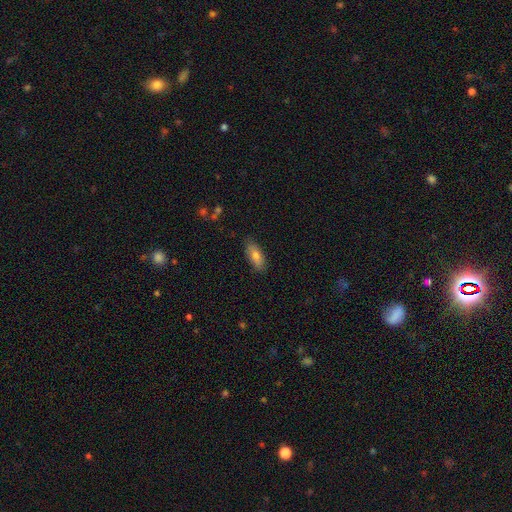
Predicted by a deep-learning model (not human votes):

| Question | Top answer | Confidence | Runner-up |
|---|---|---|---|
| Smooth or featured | smooth | 77% | featured or disk (16%) |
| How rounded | in between | 79% | cigar-shaped (19%) |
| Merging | none | 85% | minor disturbance (12%) |